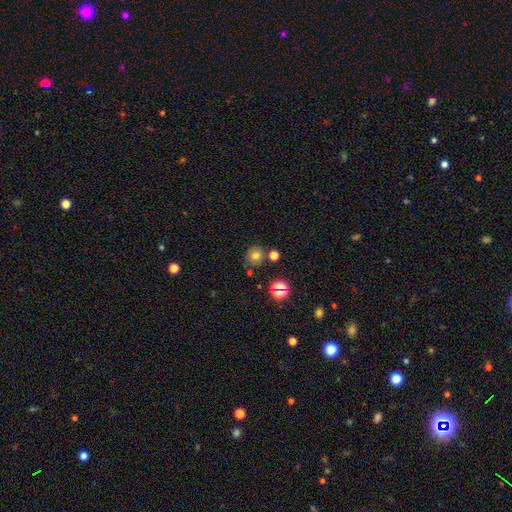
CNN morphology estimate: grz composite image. It shows a smooth galaxy with no disk features (65%) that is round (90%). Merging: none (76%).